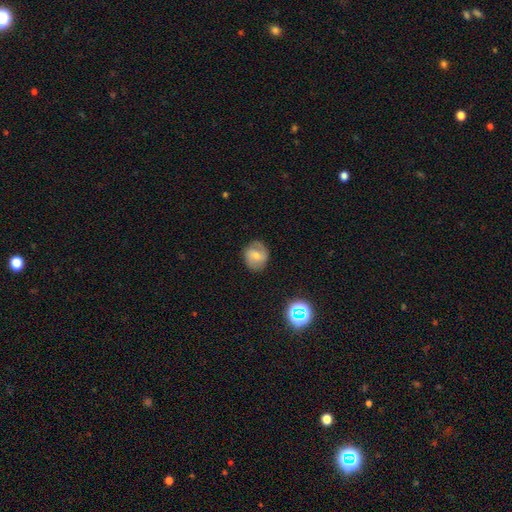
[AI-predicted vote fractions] smooth 52%, featured or disk 38%, star or artifact 10%. Down the decision tree: how rounded — round (69%); merging — none (78%).